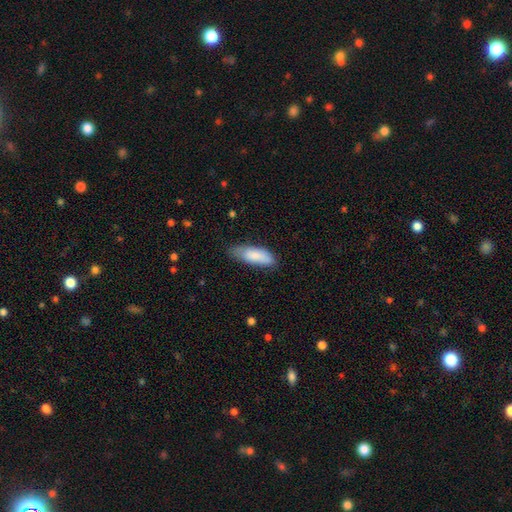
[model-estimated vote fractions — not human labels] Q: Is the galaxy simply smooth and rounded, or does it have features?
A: smooth — 85%.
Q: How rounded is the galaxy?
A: in between — 68%.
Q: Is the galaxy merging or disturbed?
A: none — 67%.